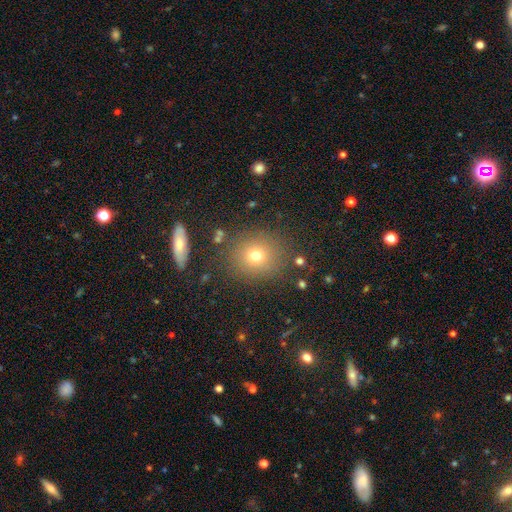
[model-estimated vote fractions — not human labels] smooth_or_featured: smooth (p=0.72) [alt: star or artifact p=0.17]
how_rounded: round (p=0.83) [alt: in between p=0.16]
merging: none (p=0.84) [alt: minor disturbance p=0.09]